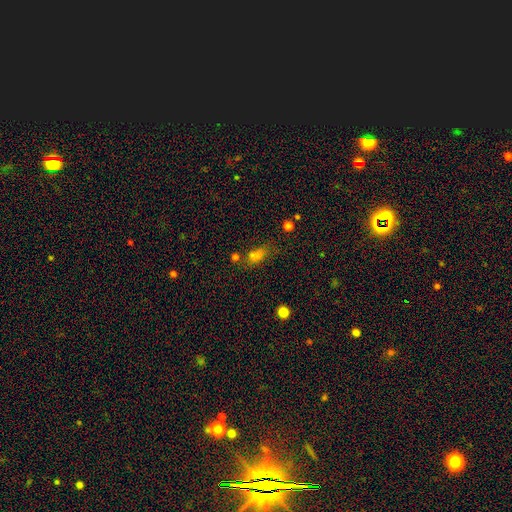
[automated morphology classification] Smooth or featured? Predicted: smooth (p=0.69). How rounded? Predicted: in between (p=0.72). Merging? Predicted: none (p=0.52).